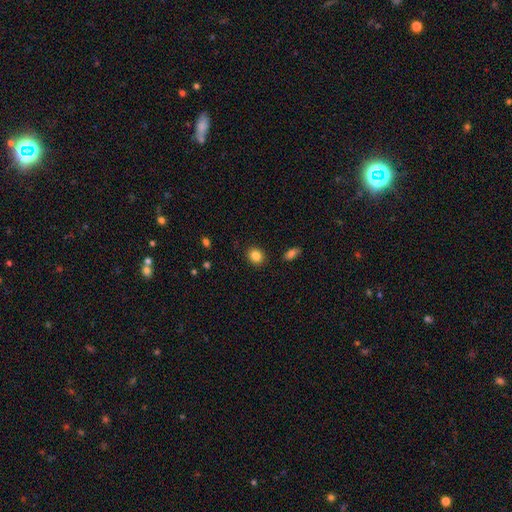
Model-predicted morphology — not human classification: This appears to be a smooth galaxy with no disk features (85%) that is round (65%). Merging: none (89%).